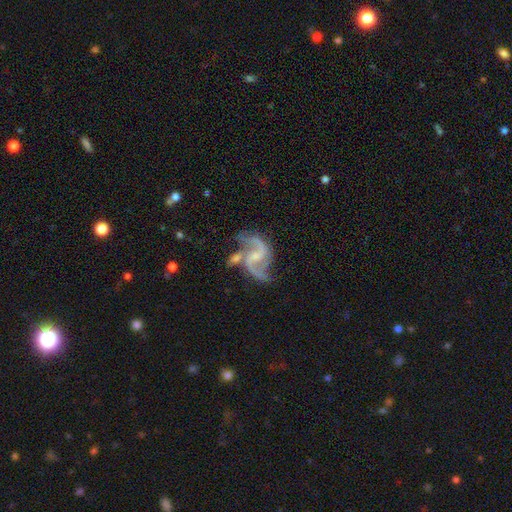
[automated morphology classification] type=featured or disk (91%); edge-on=no (98%); bar=weak (48%); spiral arms=yes (97%); winding=loose (55%); arm count=2 (90%); bulge=small (61%); merging=none (47%).